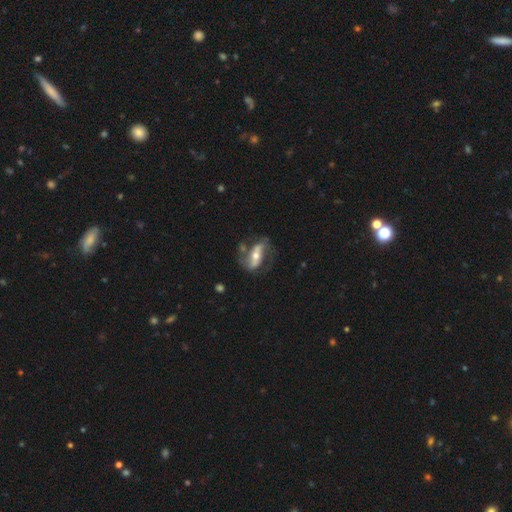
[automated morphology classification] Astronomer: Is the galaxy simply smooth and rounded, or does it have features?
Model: featured or disk — 75%.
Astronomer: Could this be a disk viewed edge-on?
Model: no — 88%.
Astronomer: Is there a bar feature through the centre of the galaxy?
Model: strong — 53%.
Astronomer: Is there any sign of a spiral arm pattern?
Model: yes — 83%.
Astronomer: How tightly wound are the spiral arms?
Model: loose — 51% (runner-up: medium, 34%).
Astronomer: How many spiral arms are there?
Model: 2 — 85%.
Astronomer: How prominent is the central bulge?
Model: moderate — 60%.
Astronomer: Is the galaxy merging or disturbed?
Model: none — 58%.